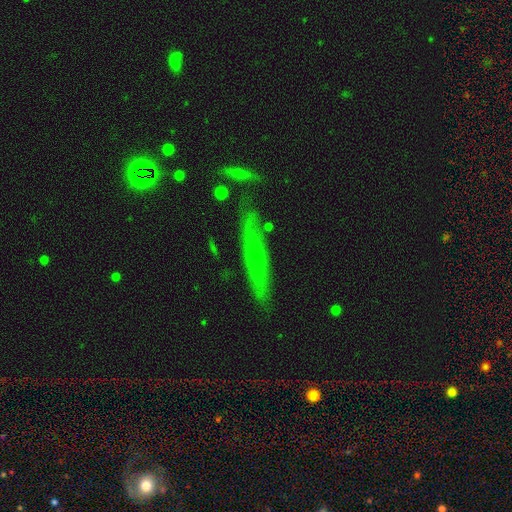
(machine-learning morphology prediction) type=featured or disk (55%); edge-on=yes (82%); merging=none (81%).